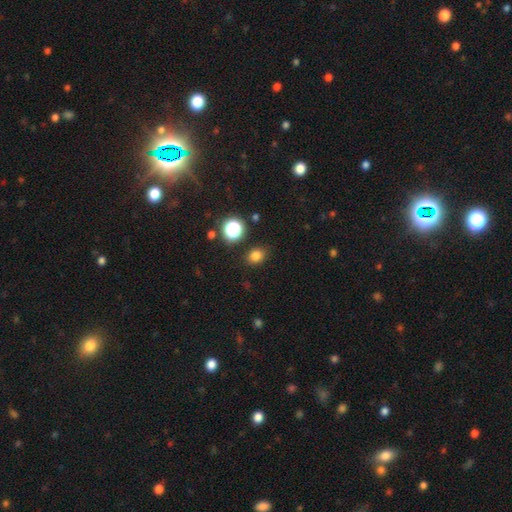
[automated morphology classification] Q: Smooth or featured?
A: smooth (79%); runner-up: star or artifact (16%)
Q: How rounded?
A: round (57%); runner-up: in between (42%)
Q: Merging?
A: none (86%); runner-up: minor disturbance (9%)